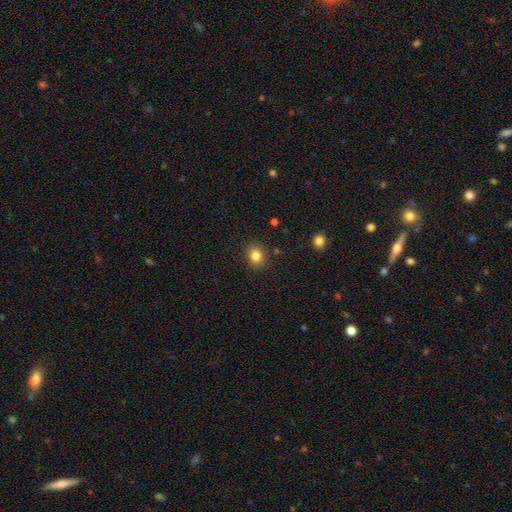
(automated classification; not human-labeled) smooth_or_featured: smooth (p=0.83) [alt: star or artifact p=0.11]
how_rounded: round (p=0.64) [alt: in between p=0.35]
merging: none (p=0.88) [alt: minor disturbance p=0.08]